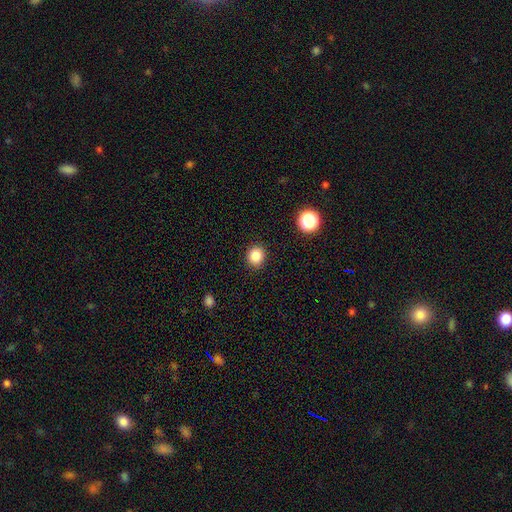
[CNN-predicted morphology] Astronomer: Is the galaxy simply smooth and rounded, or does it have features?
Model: smooth — 85%.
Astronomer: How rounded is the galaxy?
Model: round — 83%.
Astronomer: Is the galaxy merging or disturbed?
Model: none — 90%.